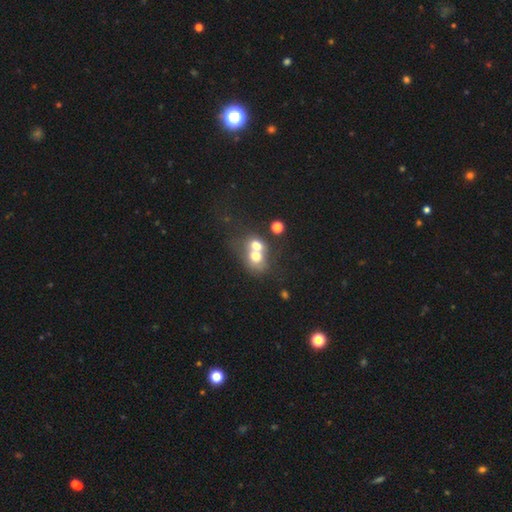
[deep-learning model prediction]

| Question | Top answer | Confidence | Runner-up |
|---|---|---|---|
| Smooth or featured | smooth | 62% | featured or disk (25%) |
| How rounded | round | 54% | in between (45%) |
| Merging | merger | 68% | none (21%) |